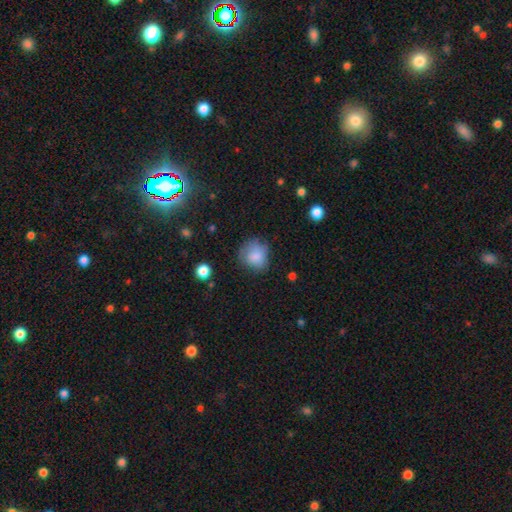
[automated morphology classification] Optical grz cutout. It shows a smooth galaxy with no disk features (81%) that is round (77%). Merging: none (63%).